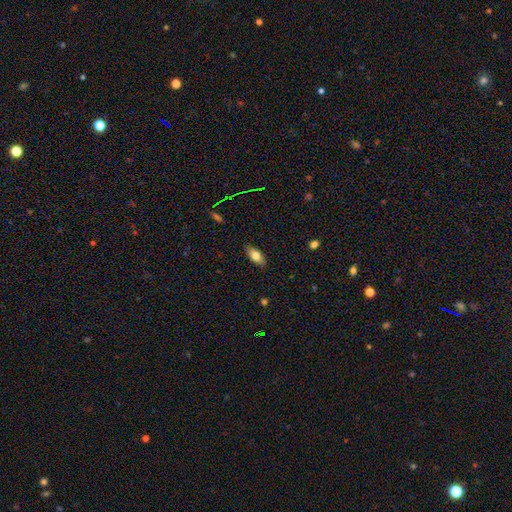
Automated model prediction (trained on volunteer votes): The model was most divided on "smooth or featured": smooth: 75%, featured or disk: 17%, star or artifact: 8%. More confident: how rounded — in between (85%); merging — none (85%).